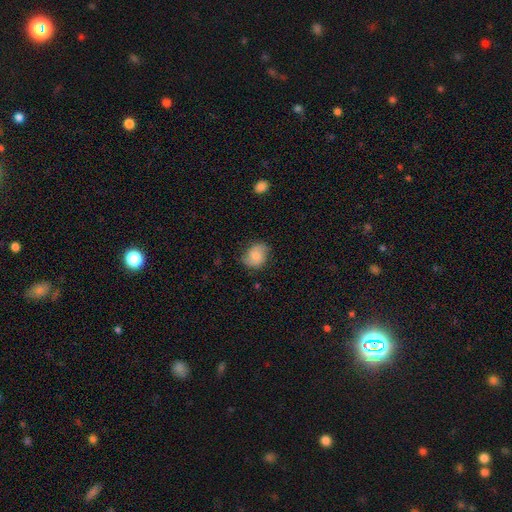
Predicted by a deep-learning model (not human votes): smooth_or_featured: smooth (p=0.62) [alt: featured or disk p=0.30]
how_rounded: round (p=0.54) [alt: in between p=0.45]
merging: none (p=0.72) [alt: minor disturbance p=0.21]